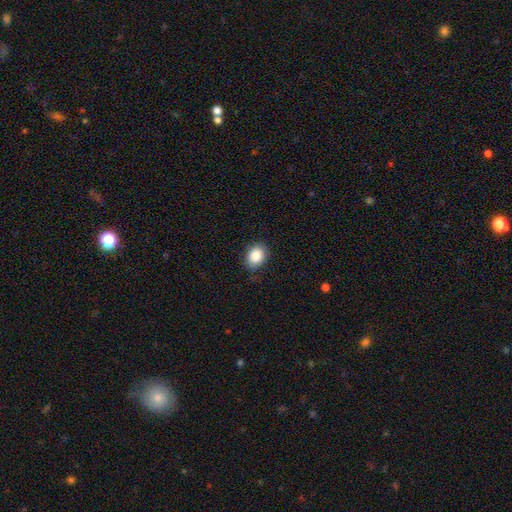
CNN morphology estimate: A smooth galaxy with no disk features (87%) that is in between round and cigar-shaped (67%).

Vote fractions:
- Smooth or featured? smooth: 87% / star or artifact: 8% / featured or disk: 5%
- How rounded? in between: 67% / round: 32% / cigar-shaped: 1%
- Merging? none: 84% / minor disturbance: 13% / major disturbance: 3% / merger: 1%